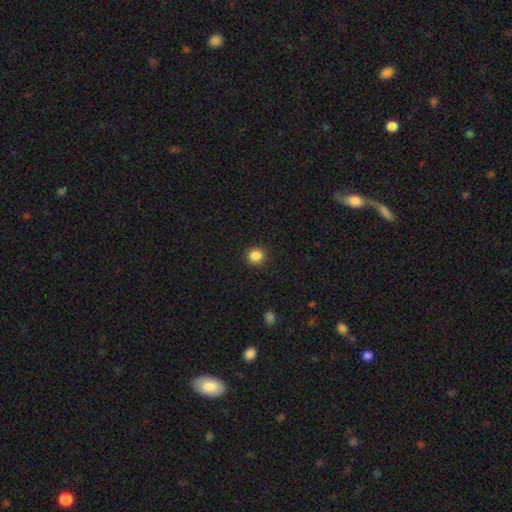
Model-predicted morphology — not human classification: type=smooth (87%); roundness=round (94%); merging=none (92%).